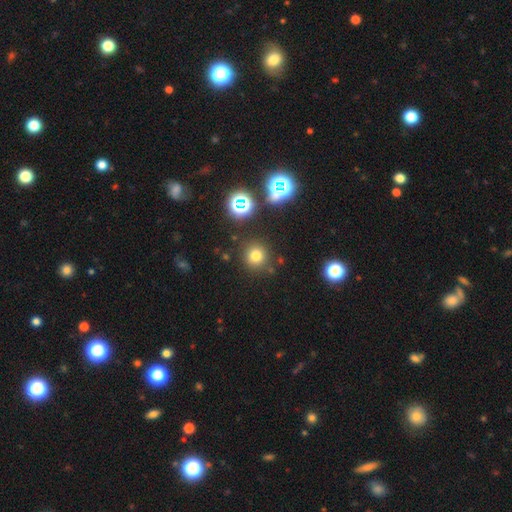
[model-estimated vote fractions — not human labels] Q: Smooth or featured?
A: smooth (71%); runner-up: star or artifact (22%)
Q: How rounded?
A: round (93%); runner-up: in between (6%)
Q: Merging?
A: none (85%); runner-up: minor disturbance (8%)